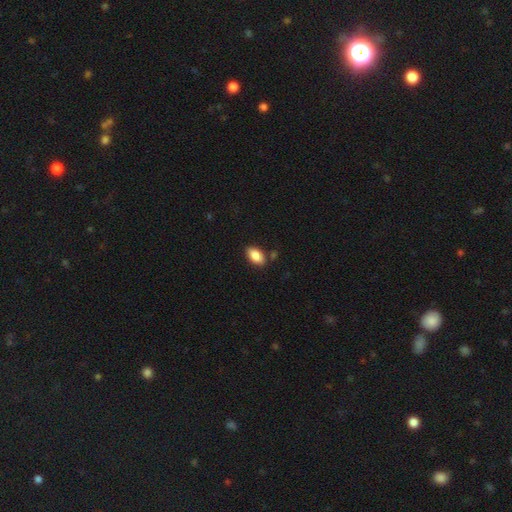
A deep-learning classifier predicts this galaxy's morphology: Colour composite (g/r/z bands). It shows a smooth galaxy with no disk features (86%) that is in between round and cigar-shaped (92%). Merging: none (82%).